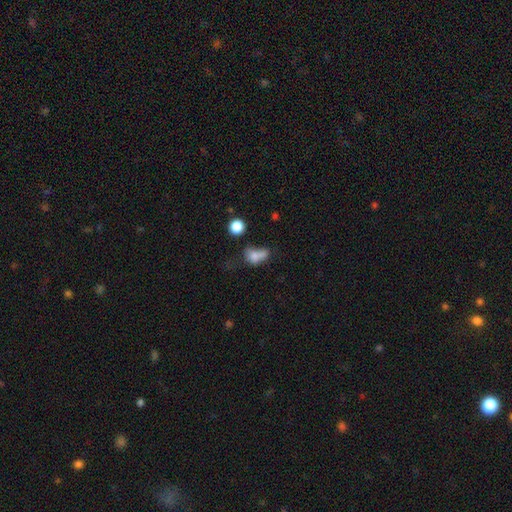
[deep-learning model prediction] This appears to be a smooth galaxy with no disk features (70%) that is in between round and cigar-shaped (64%). Merging: merger (39%).